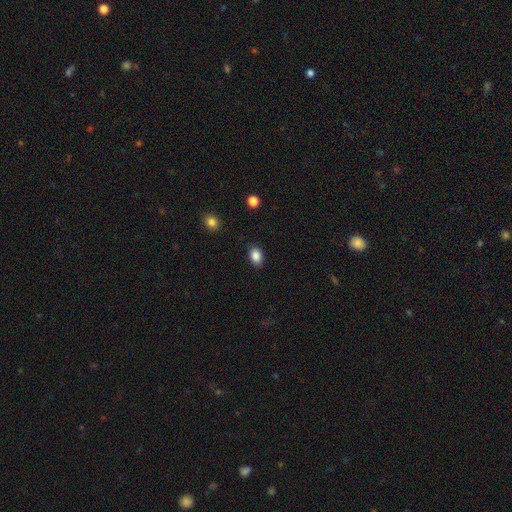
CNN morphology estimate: A smooth galaxy with no disk features (87%) that is in between round and cigar-shaped (80%). Merging: none (87%).